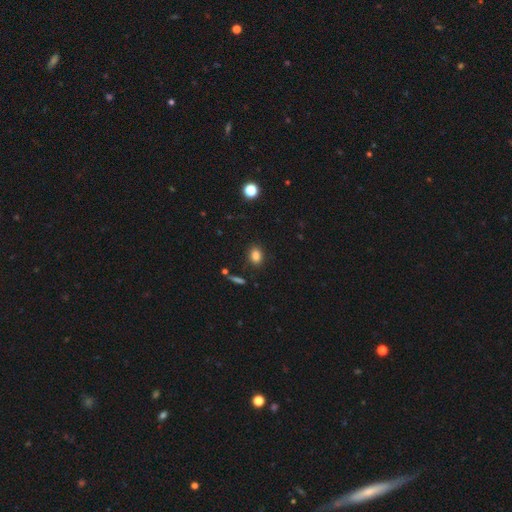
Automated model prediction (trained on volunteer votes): A smooth galaxy with no disk features (83%) that is in between round and cigar-shaped (66%). Merging: none (86%).